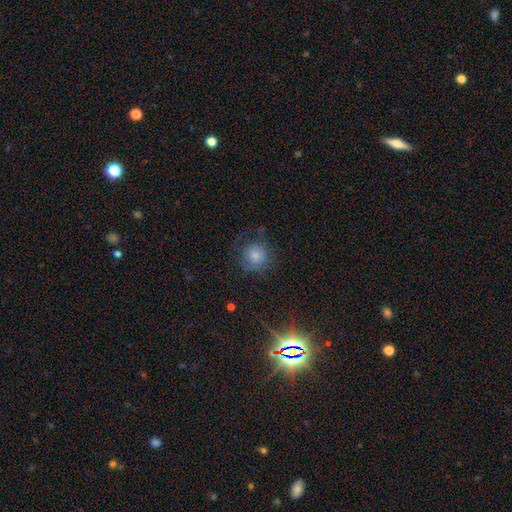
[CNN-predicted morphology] Smooth or featured?
  - smooth: 77% *
  - featured or disk: 12%
  - star or artifact: 11%
How rounded?
  - round: 92% *
  - in between: 7%
  - cigar-shaped: 1%
Merging?
  - none: 68% *
  - minor disturbance: 17%
  - major disturbance: 12%
  - merger: 2%